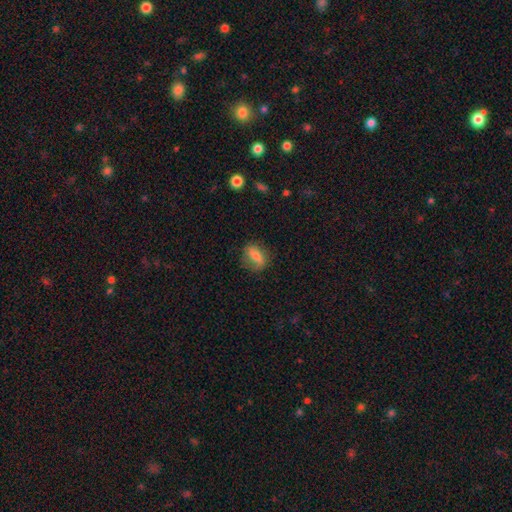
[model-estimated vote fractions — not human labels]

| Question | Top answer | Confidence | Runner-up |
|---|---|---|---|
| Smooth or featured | smooth | 72% | featured or disk (19%) |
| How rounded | in between | 77% | round (16%) |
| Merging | none | 69% | minor disturbance (22%) |